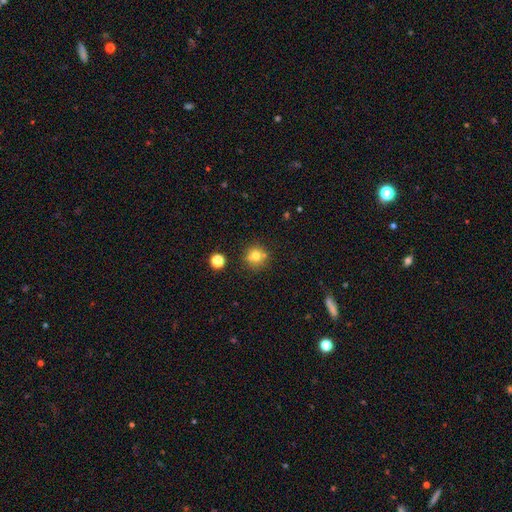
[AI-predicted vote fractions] A smooth galaxy with no disk features (70%) that is round (89%).

Vote fractions:
- Smooth or featured? smooth: 70% / star or artifact: 16% / featured or disk: 14%
- How rounded? round: 89% / in between: 10% / cigar-shaped: 1%
- Merging? none: 70% / merger: 16% / minor disturbance: 11% / major disturbance: 4%